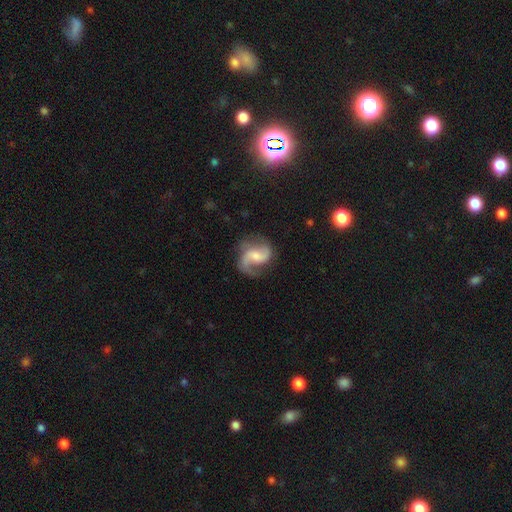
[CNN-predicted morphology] The model was most divided on "spiral winding": loose: 45%, medium: 44%, tight: 10%. Remaining: edge-on disk — no (98%); spiral arms — yes (96%); smooth or featured — featured or disk (84%); spiral arm count — 2 (84%); merging — none (66%); bar — weak (45%); bulge size — moderate (45%).